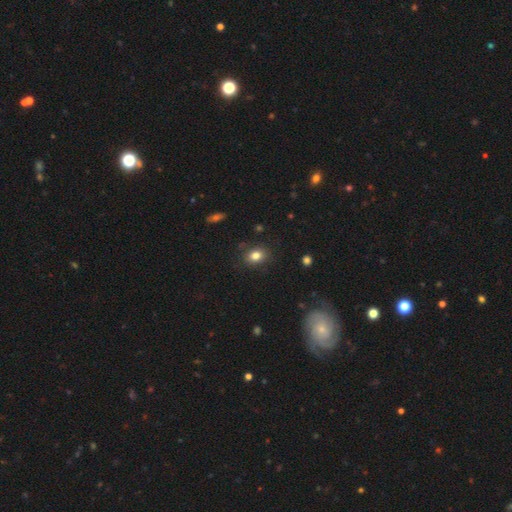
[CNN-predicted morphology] smooth_or_featured: smooth (p=0.82) [alt: star or artifact p=0.11]
how_rounded: in between (p=0.59) [alt: round p=0.40]
merging: none (p=0.85) [alt: minor disturbance p=0.11]